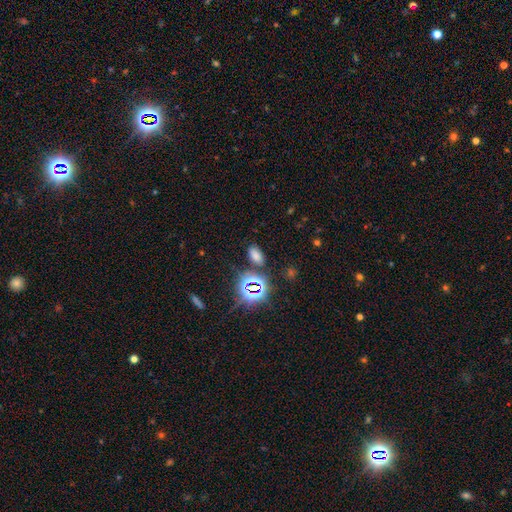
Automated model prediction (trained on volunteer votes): Q: Smooth or featured?
A: smooth (63%); runner-up: star or artifact (30%)
Q: How rounded?
A: in between (90%); runner-up: round (7%)
Q: Merging?
A: none (82%); runner-up: minor disturbance (10%)